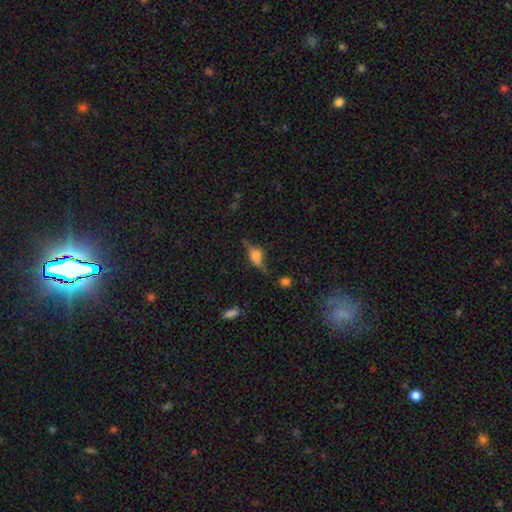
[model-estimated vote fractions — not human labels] smooth-or-featured: featured or disk: 47% | smooth: 40% | star or artifact: 13%
  merging: none: 57% | minor disturbance: 25% | major disturbance: 13% | merger: 4%